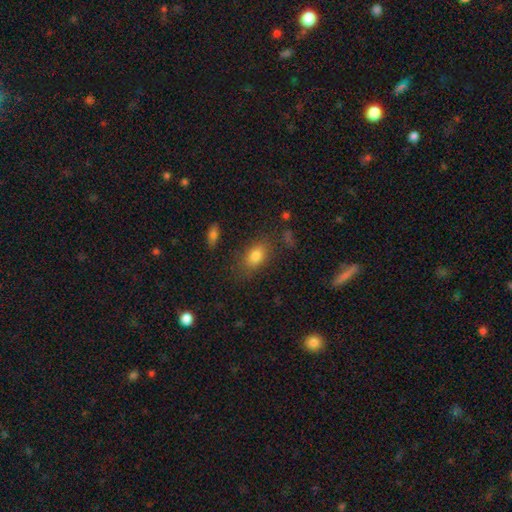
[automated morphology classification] This is clearly a smooth galaxy (80%). How rounded: clearly in between (82%). Merging: likely none (76%).